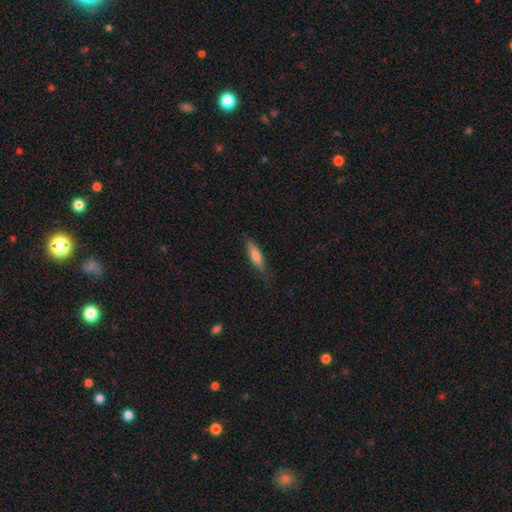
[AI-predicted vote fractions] This is likely a smooth galaxy (71%). How rounded: likely cigar-shaped (68%). Merging: likely none (75%).